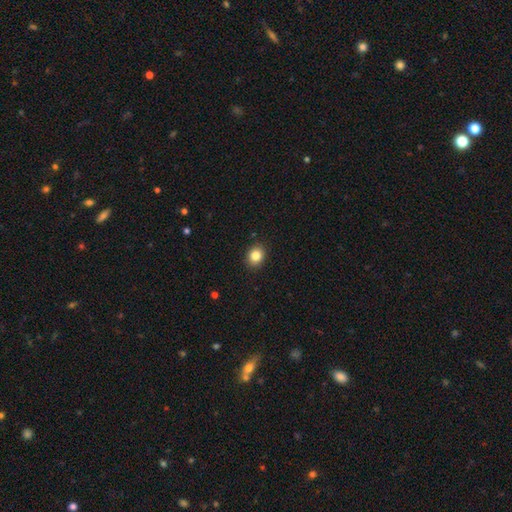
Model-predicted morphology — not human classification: Smooth or featured?
  - smooth: 84% *
  - star or artifact: 10%
  - featured or disk: 6%
How rounded?
  - round: 66% *
  - in between: 33%
  - cigar-shaped: 1%
Merging?
  - none: 90% *
  - minor disturbance: 7%
  - major disturbance: 2%
  - merger: 1%